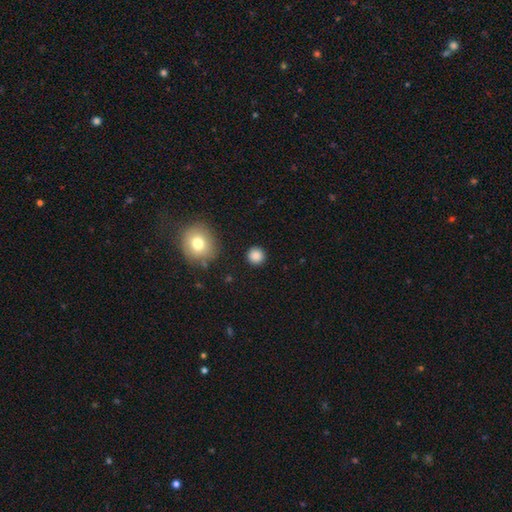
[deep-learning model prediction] A smooth galaxy with no disk features (85%) that is round (94%).

Vote fractions:
- Smooth or featured? smooth: 85% / star or artifact: 11% / featured or disk: 4%
- How rounded? round: 94% / in between: 5% / cigar-shaped: 1%
- Merging? none: 90% / minor disturbance: 6% / major disturbance: 2% / merger: 2%